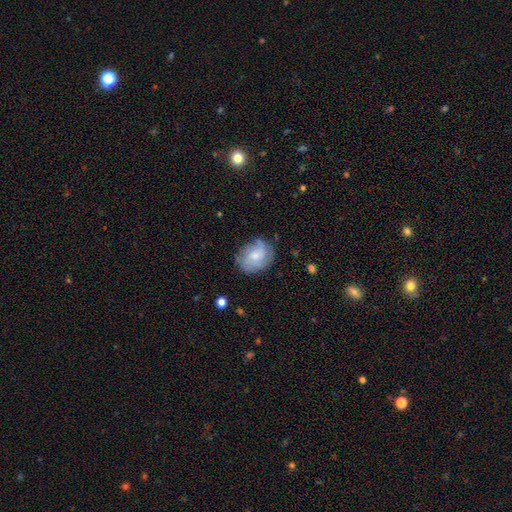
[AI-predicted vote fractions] This appears to be a featured or disk galaxy (48%). Merging: none (70%).